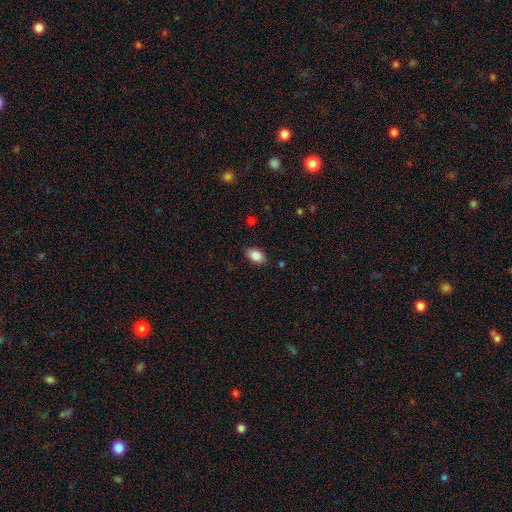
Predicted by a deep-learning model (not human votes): Morphology: type=smooth (86%); roundness=in between (89%); merging=none (86%).